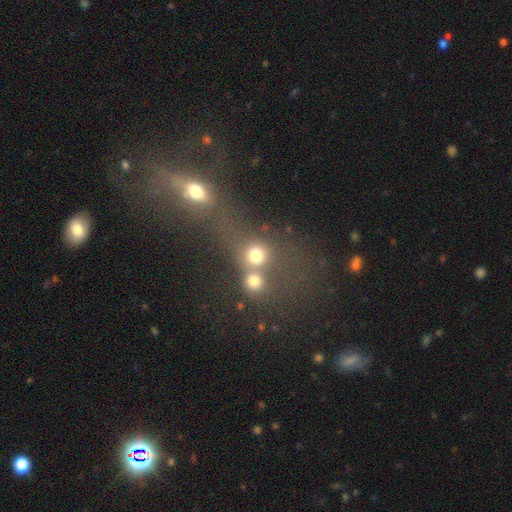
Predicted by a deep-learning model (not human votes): smooth 72%, star or artifact 16%, featured or disk 12%. Down the decision tree: how rounded — round (83%); merging — merger (54%).